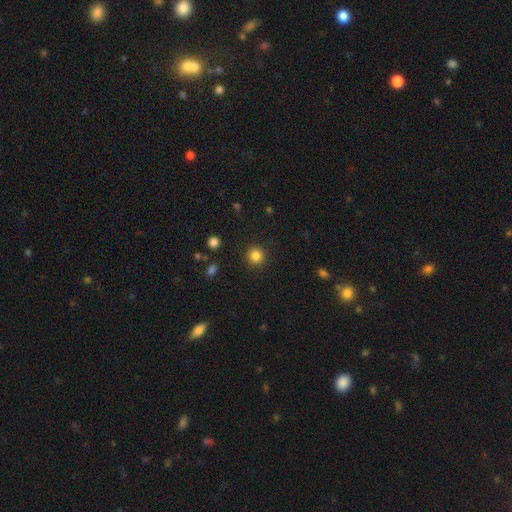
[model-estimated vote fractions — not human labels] A smooth galaxy with no disk features (84%) that is round (94%).

Vote fractions:
- Smooth or featured? smooth: 84% / star or artifact: 12% / featured or disk: 5%
- How rounded? round: 94% / in between: 5% / cigar-shaped: 1%
- Merging? none: 91% / minor disturbance: 5% / major disturbance: 2% / merger: 1%